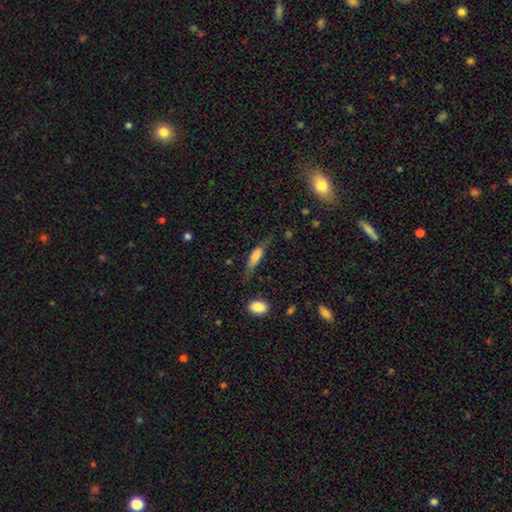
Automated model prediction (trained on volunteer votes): Morphology: type=smooth (65%); roundness=cigar-shaped (55%); merging=none (54%).